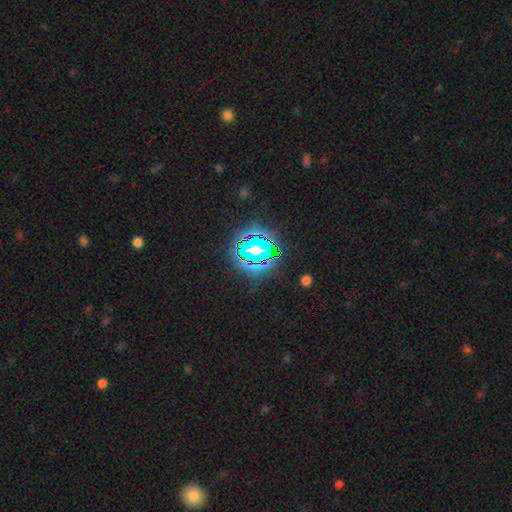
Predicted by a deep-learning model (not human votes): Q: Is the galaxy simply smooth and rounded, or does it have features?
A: star or artifact — 79%.